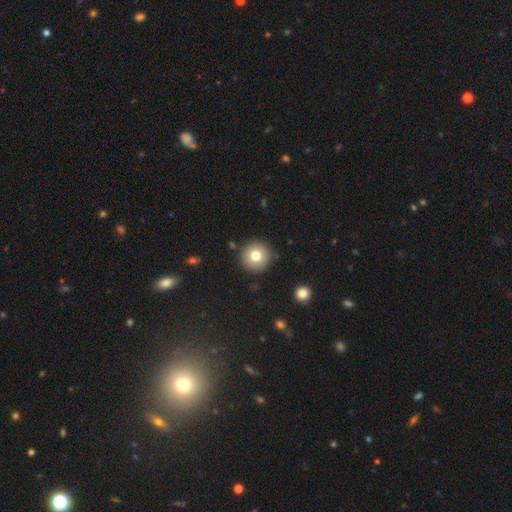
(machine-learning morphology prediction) Q: Smooth or featured?
A: smooth (77%); runner-up: featured or disk (13%)
Q: How rounded?
A: round (95%); runner-up: in between (4%)
Q: Merging?
A: none (89%); runner-up: minor disturbance (7%)